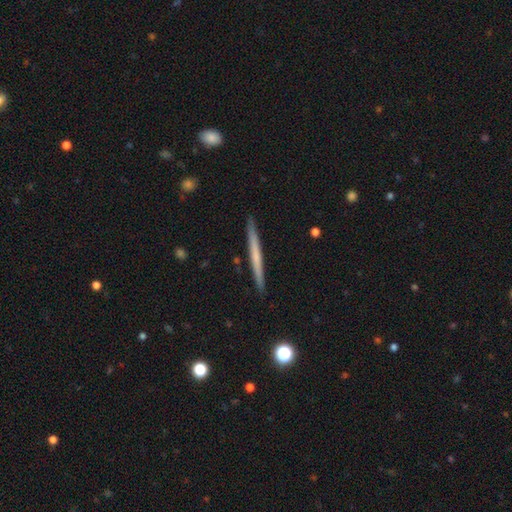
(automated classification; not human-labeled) This is possibly a smooth galaxy (51%). How rounded: clearly cigar-shaped (97%). Merging: clearly none (91%).